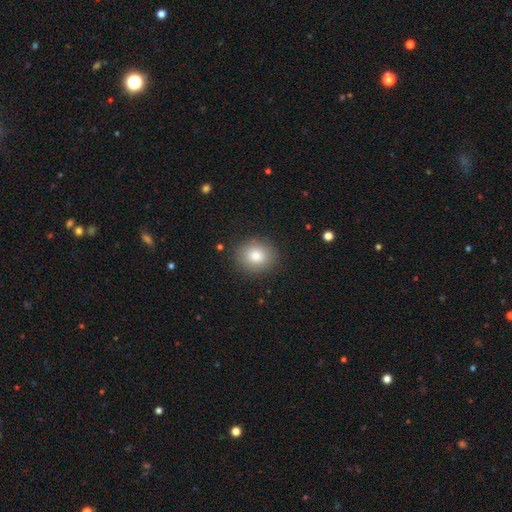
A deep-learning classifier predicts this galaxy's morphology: smooth-or-featured: smooth: 83% | star or artifact: 9% | featured or disk: 8%
  how-rounded: round: 68% | in between: 31% | cigar-shaped: 1%
  merging: none: 88% | minor disturbance: 8% | major disturbance: 3% | merger: 1%